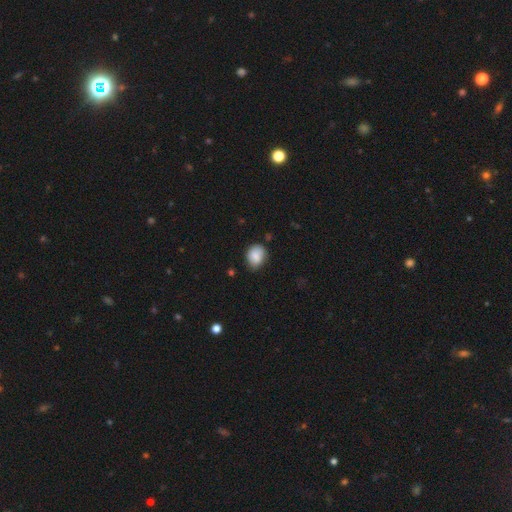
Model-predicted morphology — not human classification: A smooth galaxy with no disk features (84%) that is in between round and cigar-shaped (54%).

Vote fractions:
- Smooth or featured? smooth: 84% / featured or disk: 9% / star or artifact: 8%
- How rounded? in between: 54% / round: 45% / cigar-shaped: 1%
- Merging? none: 67% / minor disturbance: 26% / major disturbance: 4% / merger: 2%